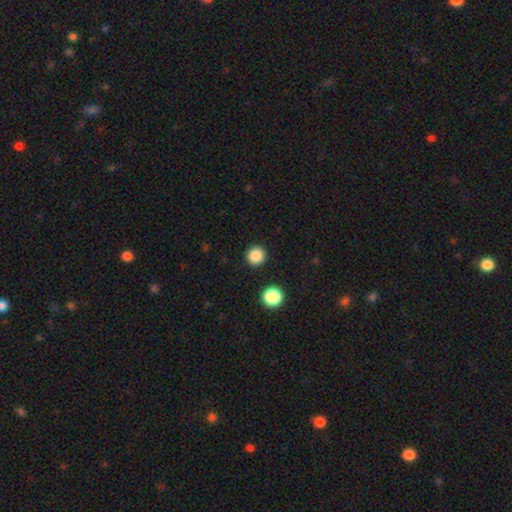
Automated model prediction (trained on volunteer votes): smooth-or-featured: smooth: 86% | star or artifact: 11% | featured or disk: 3%
  how-rounded: round: 95% | in between: 4% | cigar-shaped: 1%
  merging: none: 91% | minor disturbance: 5% | major disturbance: 2% | merger: 2%